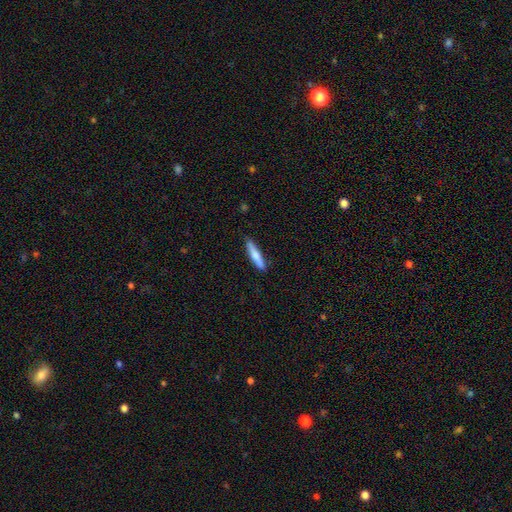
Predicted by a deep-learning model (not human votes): A smooth galaxy with no disk features (71%) that is cigar-shaped (90%).

Vote fractions:
- Smooth or featured? smooth: 71% / featured or disk: 24% / star or artifact: 6%
- How rounded? cigar-shaped: 90% / in between: 9% / round: 1%
- Merging? none: 87% / minor disturbance: 10% / major disturbance: 2% / merger: 1%